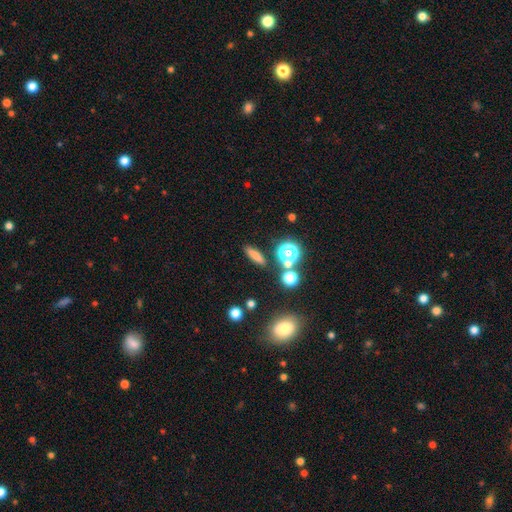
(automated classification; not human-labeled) This is likely a smooth galaxy (72%). How rounded: likely cigar-shaped (61%). Merging: clearly none (83%).